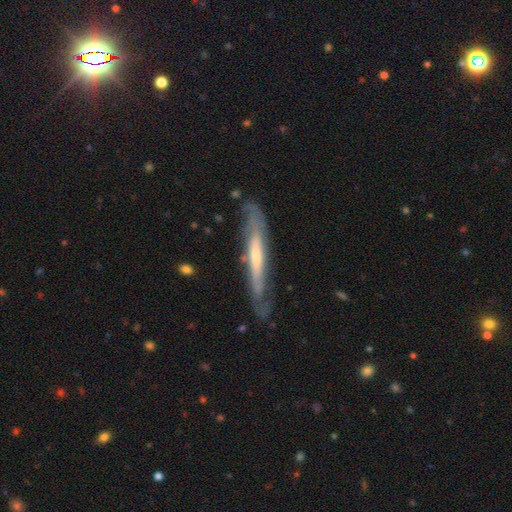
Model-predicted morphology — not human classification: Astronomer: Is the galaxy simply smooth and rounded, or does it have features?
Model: featured or disk — 66%.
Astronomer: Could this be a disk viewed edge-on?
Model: yes — 75%.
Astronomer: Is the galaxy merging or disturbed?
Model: none — 65%.